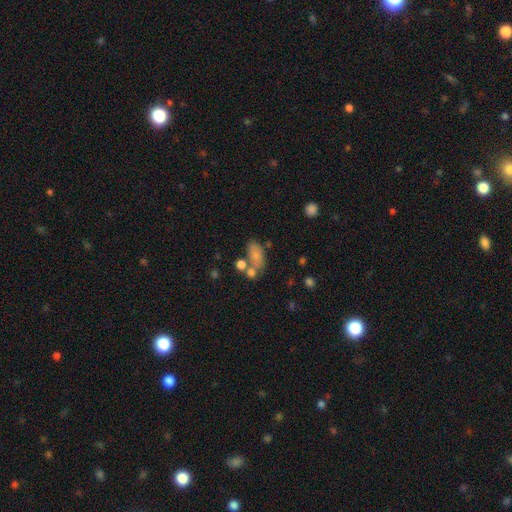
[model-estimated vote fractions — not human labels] Q: Smooth or featured?
A: smooth (72%); runner-up: featured or disk (16%)
Q: How rounded?
A: in between (87%); runner-up: round (9%)
Q: Merging?
A: none (39%); runner-up: merger (31%)